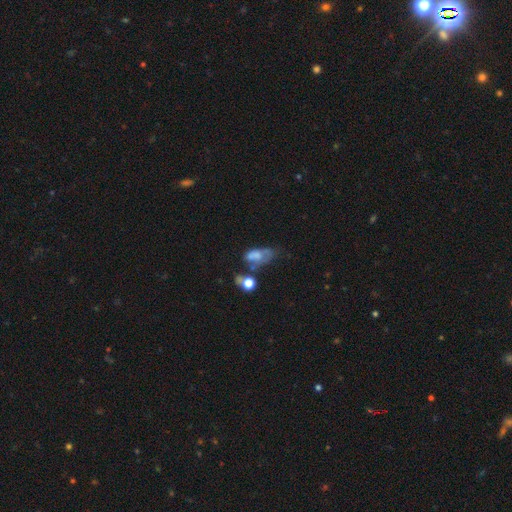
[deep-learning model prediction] The model was most divided on "merging": major disturbance: 31%, minor disturbance: 24%, none: 23%, merger: 22%. More confident: how rounded — in between (82%); smooth or featured — smooth (55%).